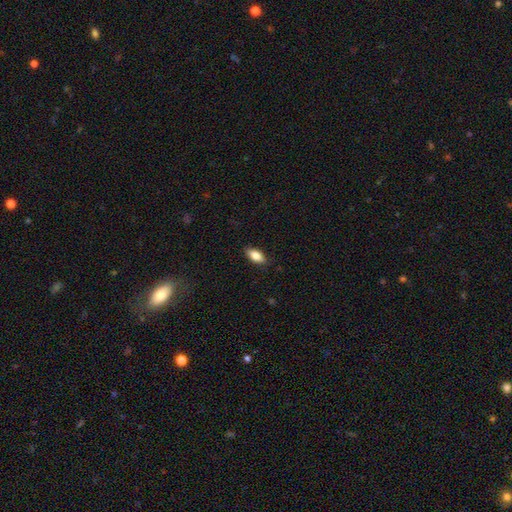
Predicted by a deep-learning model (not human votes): This appears to be a smooth galaxy with no disk features (82%) that is in between round and cigar-shaped (88%). Merging: none (87%).